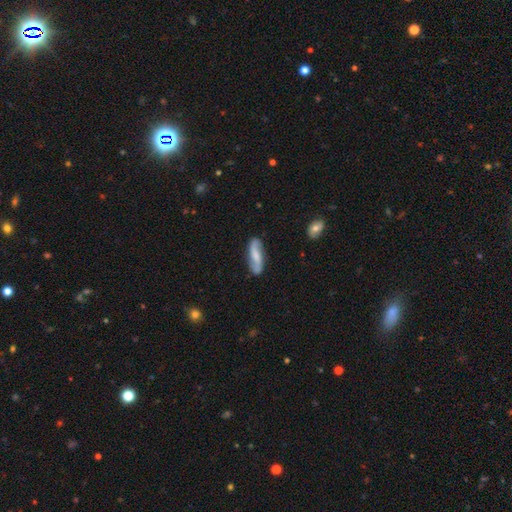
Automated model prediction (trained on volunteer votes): Smooth or featured?
  - featured or disk: 60% *
  - smooth: 34%
  - star or artifact: 6%
Edge-on disk?
  - no: 86% *
  - yes: 14%
Bar?
  - weak: 40% *
  - no: 39%
  - strong: 20%
Spiral arms?
  - yes: 93% *
  - no: 7%
Bulge size?
  - moderate: 31% *
  - small: 30%
  - none: 29%
  - large: 8%
  - dominant: 2%
Merging?
  - none: 81% *
  - minor disturbance: 14%
  - major disturbance: 3%
  - merger: 2%